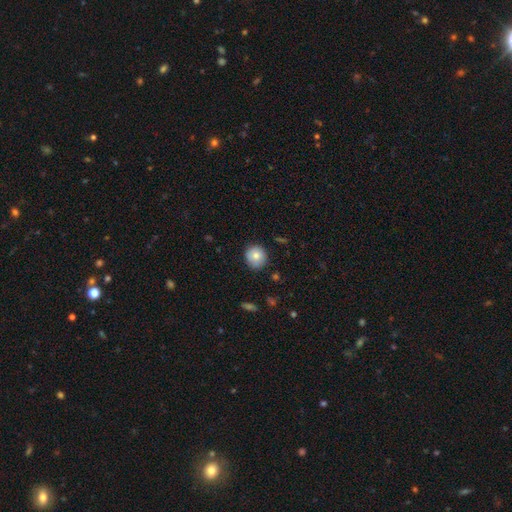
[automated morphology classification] Q: Smooth or featured?
A: smooth (79%); runner-up: featured or disk (13%)
Q: How rounded?
A: round (90%); runner-up: in between (9%)
Q: Merging?
A: none (84%); runner-up: minor disturbance (13%)